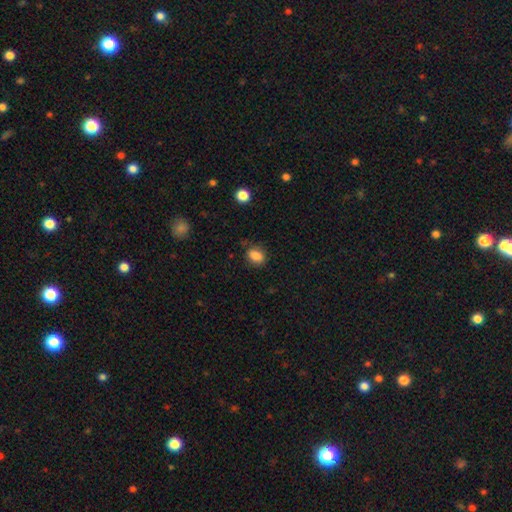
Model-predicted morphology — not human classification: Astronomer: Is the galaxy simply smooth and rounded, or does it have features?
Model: smooth — 85%.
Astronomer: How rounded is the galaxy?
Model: in between — 63%.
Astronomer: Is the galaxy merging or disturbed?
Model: none — 80%.